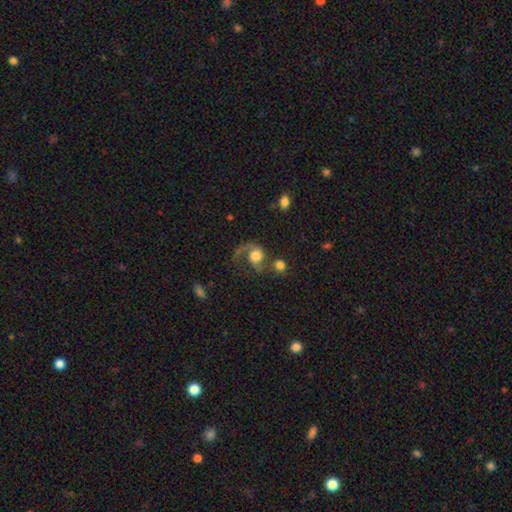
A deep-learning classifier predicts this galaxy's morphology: The model was most divided on "merging": major disturbance: 37%, none: 31%, merger: 19%, minor disturbance: 13%. Remaining: edge-on disk — no (97%); spiral arms — yes (88%); bar — no (73%); smooth or featured — featured or disk (57%); bulge size — large (45%).